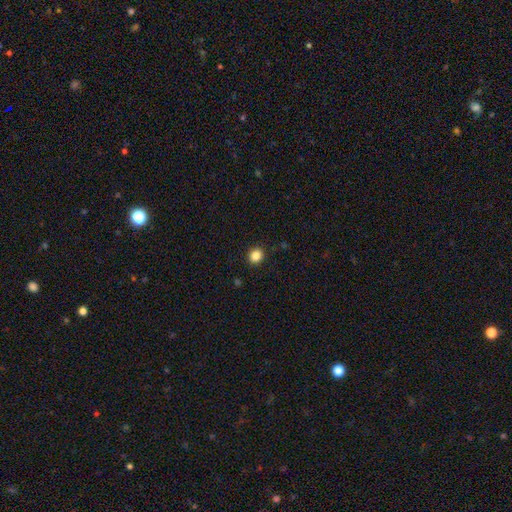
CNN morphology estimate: Q: Smooth or featured?
A: smooth (86%); runner-up: star or artifact (11%)
Q: How rounded?
A: round (82%); runner-up: in between (17%)
Q: Merging?
A: none (92%); runner-up: minor disturbance (5%)